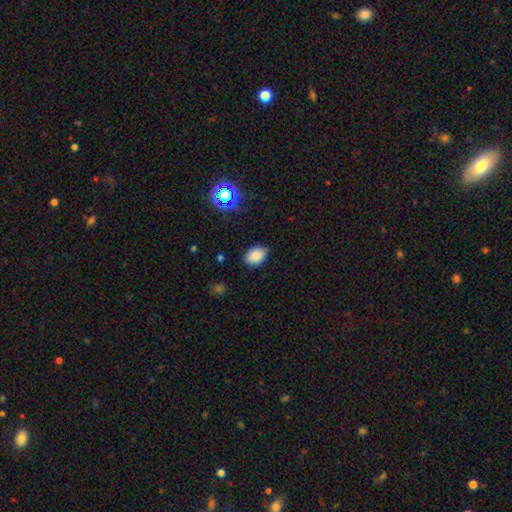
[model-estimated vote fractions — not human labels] Q: Smooth or featured?
A: smooth (84%); runner-up: star or artifact (11%)
Q: How rounded?
A: in between (83%); runner-up: round (16%)
Q: Merging?
A: none (81%); runner-up: minor disturbance (15%)